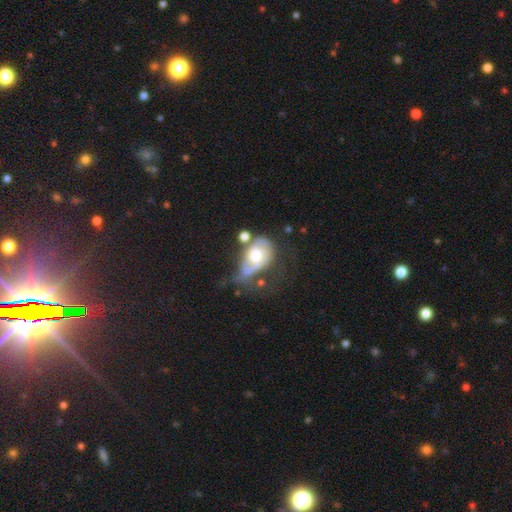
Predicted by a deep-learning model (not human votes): Morphology: type=featured or disk (59%); edge-on=no (95%); bar=no (76%); spiral arms=yes (57%); bulge=moderate (64%); merging=major disturbance (38%).